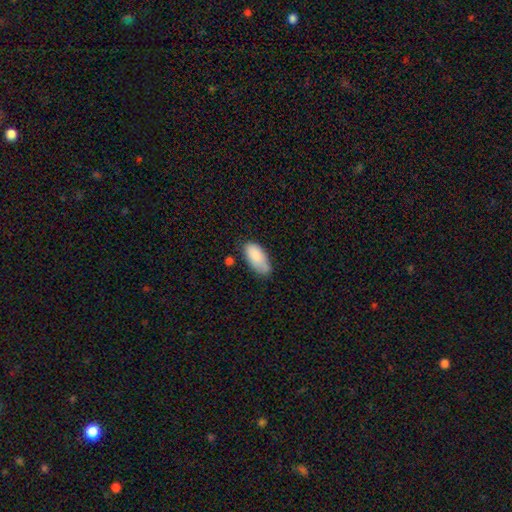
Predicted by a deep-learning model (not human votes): smooth_or_featured: smooth (p=0.85) [alt: featured or disk p=0.09]
how_rounded: in between (p=0.92) [alt: cigar-shaped p=0.06]
merging: none (p=0.59) [alt: minor disturbance p=0.30]